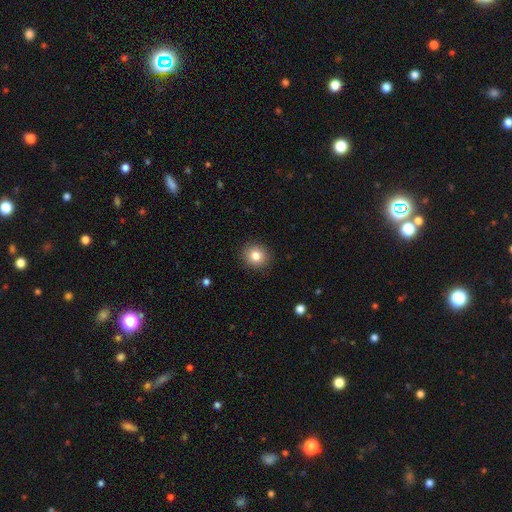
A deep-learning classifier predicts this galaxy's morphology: smooth 82%, star or artifact 10%, featured or disk 8%. Down the decision tree: how rounded — round (82%); merging — none (90%).